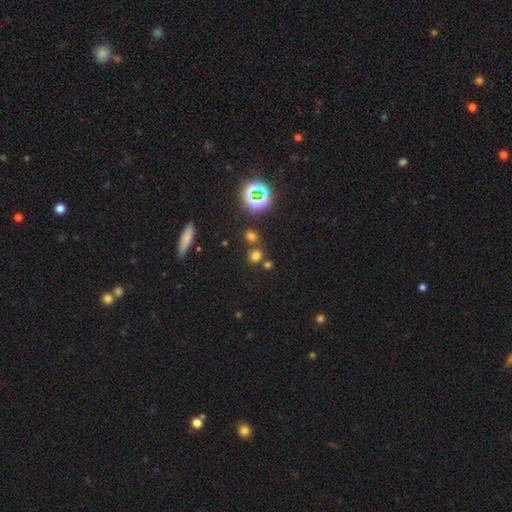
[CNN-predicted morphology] smooth 61%, star or artifact 31%, featured or disk 7%. Down the decision tree: how rounded — round (83%); merging — none (69%).